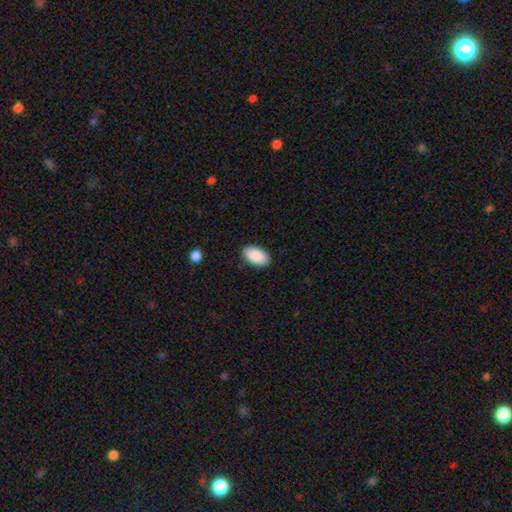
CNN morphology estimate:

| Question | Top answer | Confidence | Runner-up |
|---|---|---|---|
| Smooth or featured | smooth | 90% | star or artifact (6%) |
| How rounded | in between | 95% | round (3%) |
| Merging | none | 87% | minor disturbance (10%) |